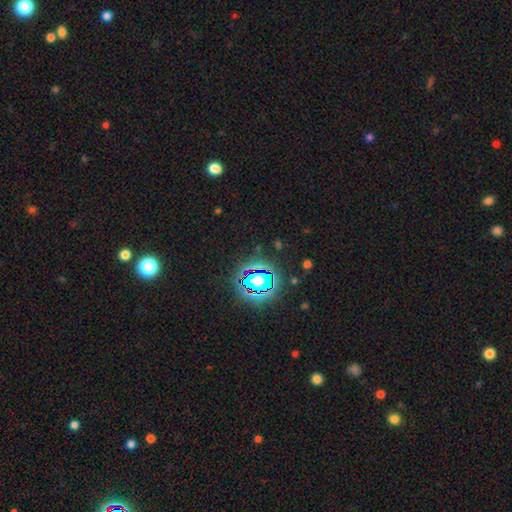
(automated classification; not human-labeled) star or artifact 78%, smooth 14%, featured or disk 8%.